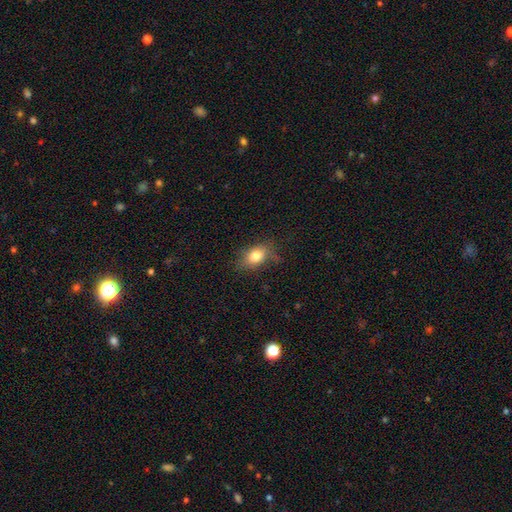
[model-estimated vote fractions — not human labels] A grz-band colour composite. It shows a smooth galaxy with no disk features (80%) that is in between round and cigar-shaped (78%). Merging: none (71%).